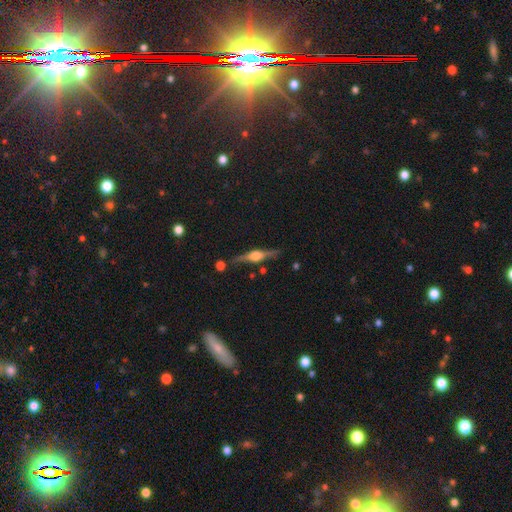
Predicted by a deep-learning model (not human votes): smooth_or_featured: featured or disk (p=0.82) [alt: smooth p=0.12]
disk_edge_on: yes (p=0.97) [alt: no p=0.03]
edge_on_bulge: rounded (p=0.89) [alt: boxy p=0.09]
merging: none (p=0.83) [alt: minor disturbance p=0.11]